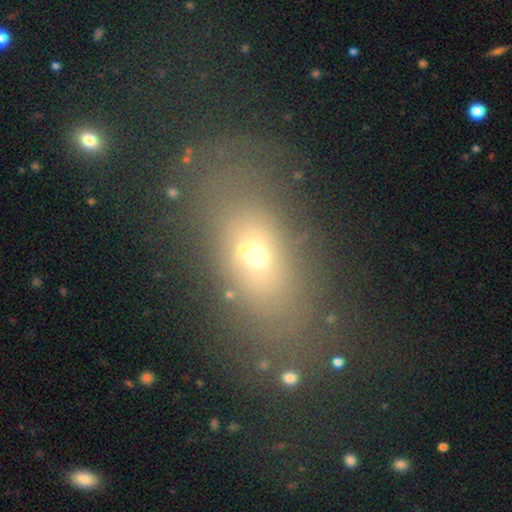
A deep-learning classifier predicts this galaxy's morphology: smooth 54%, featured or disk 24%, star or artifact 22%. Down the decision tree: how rounded — in between (70%); merging — none (64%).